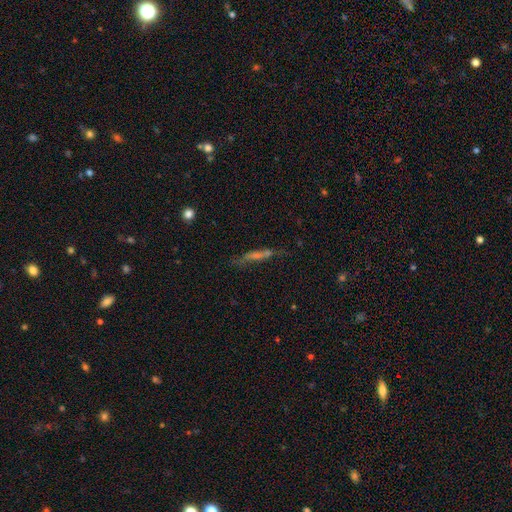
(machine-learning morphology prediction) type=featured or disk (45%); merging=none (61%).